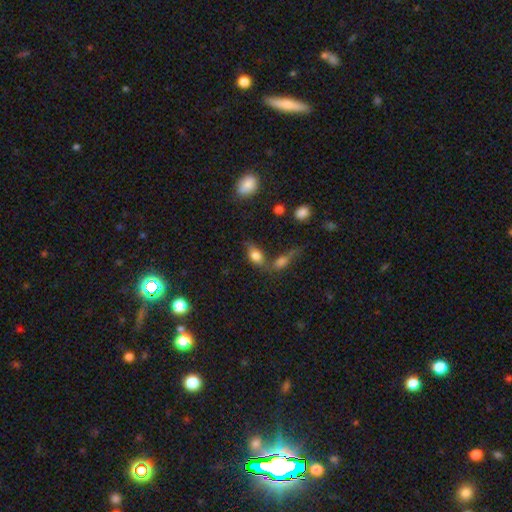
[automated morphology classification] Overall: smooth (77%). How rounded: in between (86%). Merging: none (49%; merger 27%).